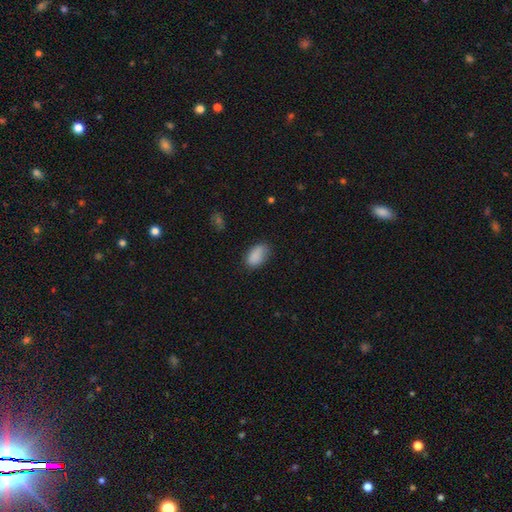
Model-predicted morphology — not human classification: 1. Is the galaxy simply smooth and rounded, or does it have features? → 88% smooth, 8% star or artifact, 4% featured or disk.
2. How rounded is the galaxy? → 92% in between, 7% round, 2% cigar-shaped.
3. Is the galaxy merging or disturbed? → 72% none, 22% minor disturbance, 5% major disturbance, 1% merger.